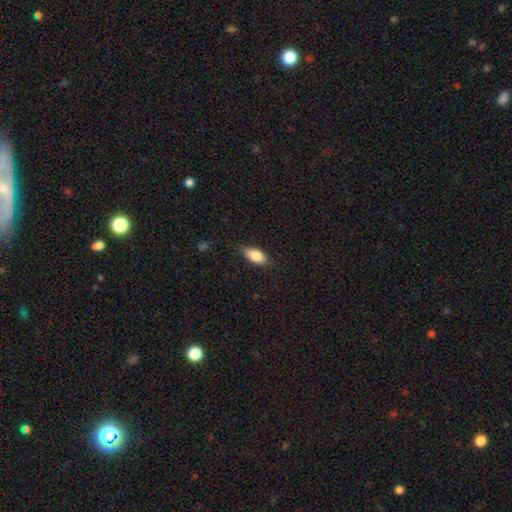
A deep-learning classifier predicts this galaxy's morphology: A smooth galaxy with no disk features (83%) that is in between round and cigar-shaped (86%).

Vote fractions:
- Smooth or featured? smooth: 83% / featured or disk: 10% / star or artifact: 7%
- How rounded? in between: 86% / cigar-shaped: 10% / round: 3%
- Merging? none: 79% / minor disturbance: 16% / major disturbance: 3% / merger: 1%